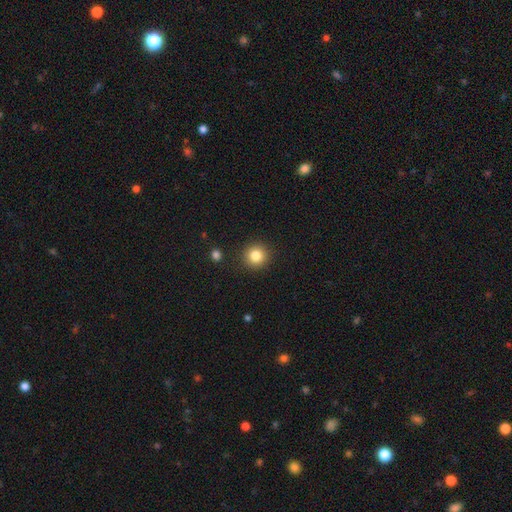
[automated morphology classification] type=smooth (83%); roundness=round (93%); merging=none (90%).